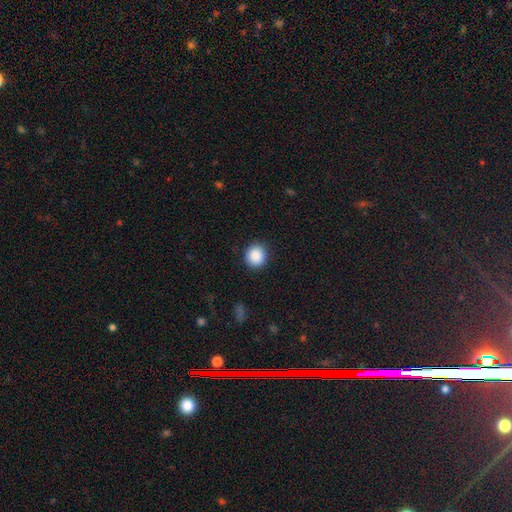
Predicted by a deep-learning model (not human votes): Q: Smooth or featured?
A: smooth (89%); runner-up: star or artifact (8%)
Q: How rounded?
A: round (91%); runner-up: in between (8%)
Q: Merging?
A: none (90%); runner-up: minor disturbance (7%)